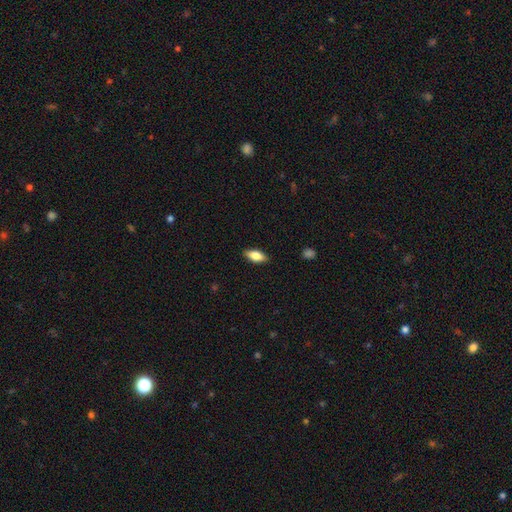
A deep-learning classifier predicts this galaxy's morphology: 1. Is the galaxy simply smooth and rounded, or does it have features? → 79% smooth, 15% featured or disk, 7% star or artifact.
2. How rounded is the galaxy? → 85% in between, 12% cigar-shaped, 3% round.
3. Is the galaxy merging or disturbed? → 87% none, 10% minor disturbance, 2% major disturbance, 1% merger.